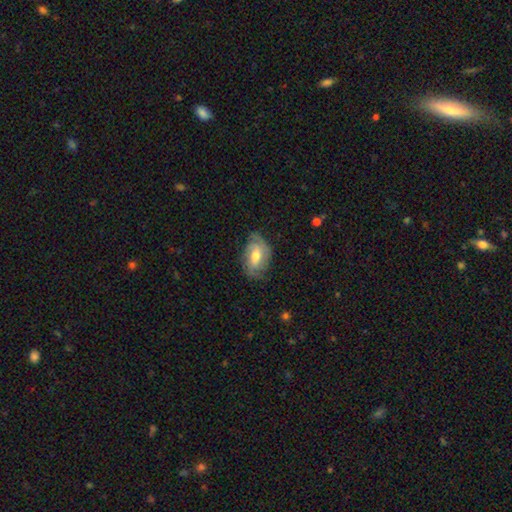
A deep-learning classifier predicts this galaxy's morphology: The model was most divided on "bar": no: 44%, weak: 43%, strong: 13%. More confident: edge-on disk — no (94%); spiral arms — yes (84%); bulge size — moderate (72%); merging — none (68%); smooth or featured — featured or disk (61%).